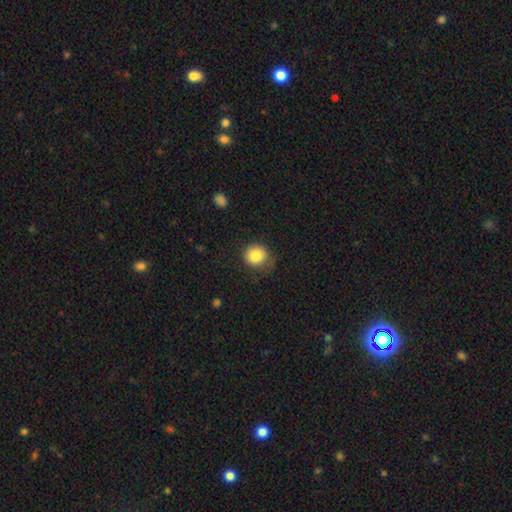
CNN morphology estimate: A smooth galaxy with no disk features (84%) that is round (87%). Merging: none (68%).